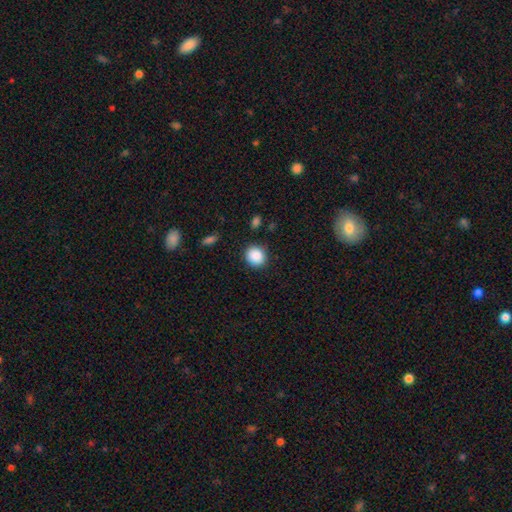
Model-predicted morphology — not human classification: smooth-or-featured: smooth: 88% | star or artifact: 8% | featured or disk: 3%
  how-rounded: round: 83% | in between: 16% | cigar-shaped: 1%
  merging: none: 87% | minor disturbance: 8% | major disturbance: 3% | merger: 2%